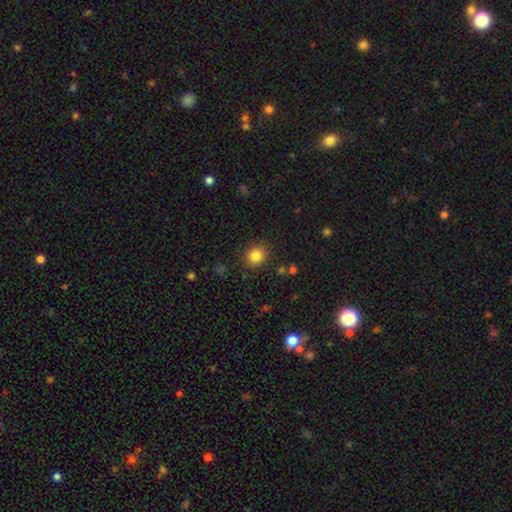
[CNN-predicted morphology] A smooth galaxy with no disk features (84%) that is round (78%). Merging: none (86%).